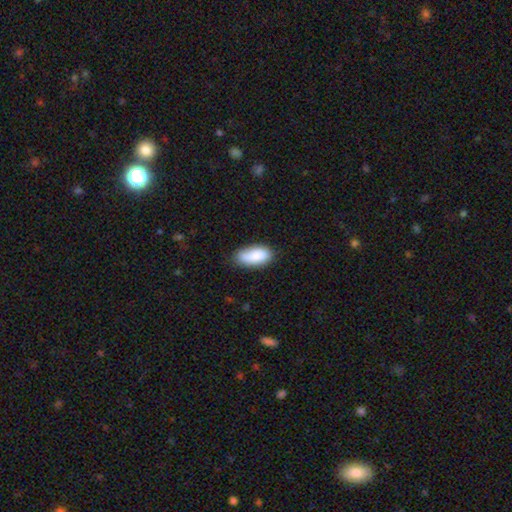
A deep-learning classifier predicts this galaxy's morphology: smooth_or_featured: smooth (p=0.84) [alt: featured or disk p=0.09]
how_rounded: in between (p=0.89) [alt: cigar-shaped p=0.08]
merging: none (p=0.71) [alt: minor disturbance p=0.21]